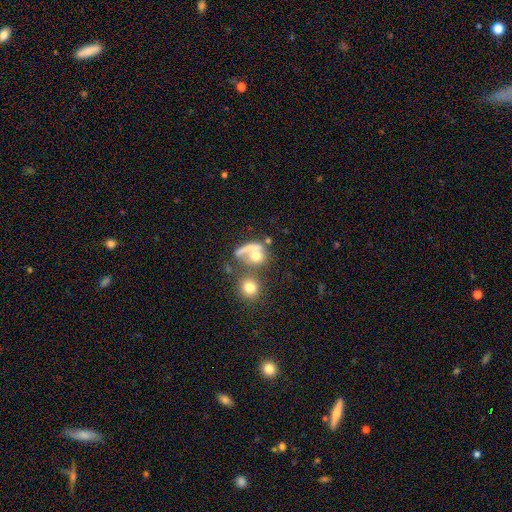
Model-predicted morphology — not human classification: A smooth galaxy with no disk features (60%) that is round (68%).

Vote fractions:
- Smooth or featured? smooth: 60% / featured or disk: 27% / star or artifact: 13%
- How rounded? round: 68% / in between: 28% / cigar-shaped: 4%
- Merging? merger: 39% / none: 31% / major disturbance: 18% / minor disturbance: 11%